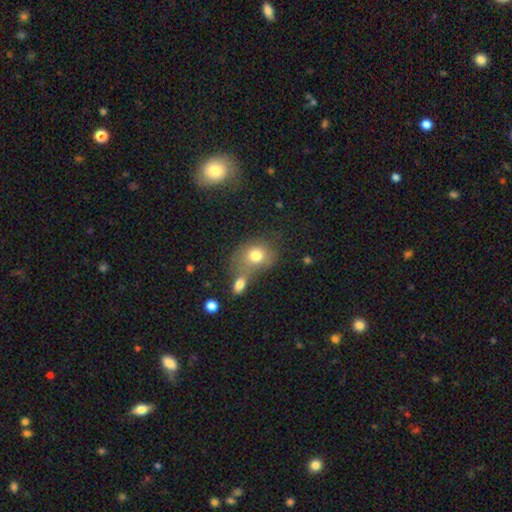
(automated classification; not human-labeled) This appears to be a smooth galaxy with no disk features (76%) that is round (50%). Merging: none (42%).